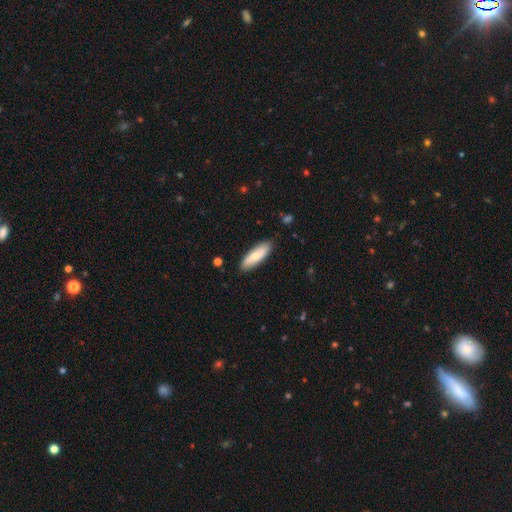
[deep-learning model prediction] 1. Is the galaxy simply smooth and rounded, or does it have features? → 75% smooth, 20% featured or disk, 5% star or artifact.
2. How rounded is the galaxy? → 52% in between, 47% cigar-shaped, 2% round.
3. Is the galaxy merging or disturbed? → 87% none, 10% minor disturbance, 2% major disturbance, 1% merger.